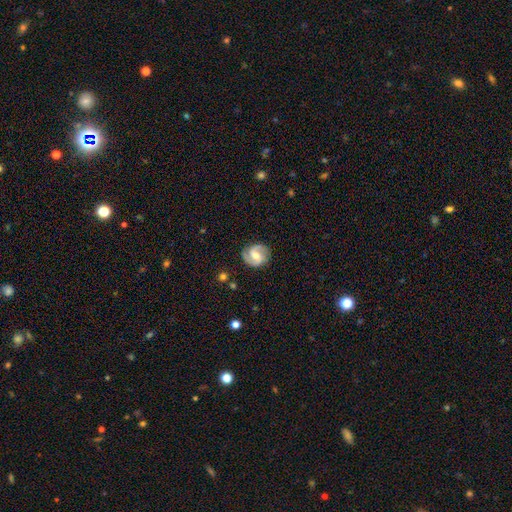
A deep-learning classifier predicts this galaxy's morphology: Smooth or featured?
  - featured or disk: 84% *
  - smooth: 11%
  - star or artifact: 5%
Edge-on disk?
  - no: 98% *
  - yes: 2%
Bar?
  - weak: 51% *
  - no: 25%
  - strong: 23%
Spiral arms?
  - yes: 96% *
  - no: 4%
Spiral winding?
  - medium: 51% *
  - tight: 32%
  - loose: 18%
Spiral arm count?
  - 2: 91% *
  - can't tell: 3%
  - 1: 3%
  - 3: 1%
  - 4: 1%
  - more than 4: 1%
Bulge size?
  - moderate: 63% *
  - small: 29%
  - large: 5%
  - none: 3%
  - dominant: 1%
Merging?
  - none: 84% *
  - minor disturbance: 11%
  - major disturbance: 3%
  - merger: 1%